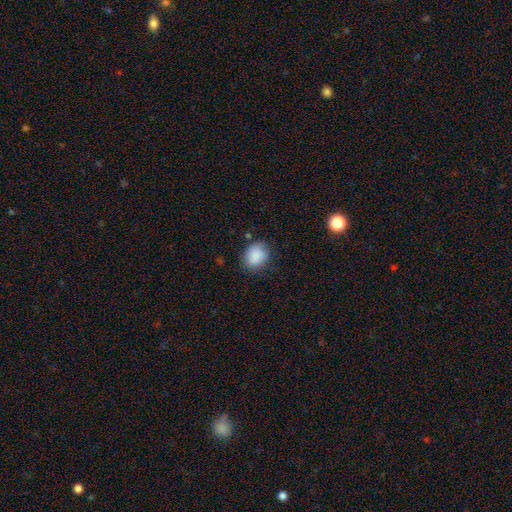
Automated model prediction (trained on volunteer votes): smooth_or_featured: smooth (p=0.88) [alt: star or artifact p=0.08]
how_rounded: in between (p=0.51) [alt: round p=0.48]
merging: none (p=0.76) [alt: minor disturbance p=0.18]